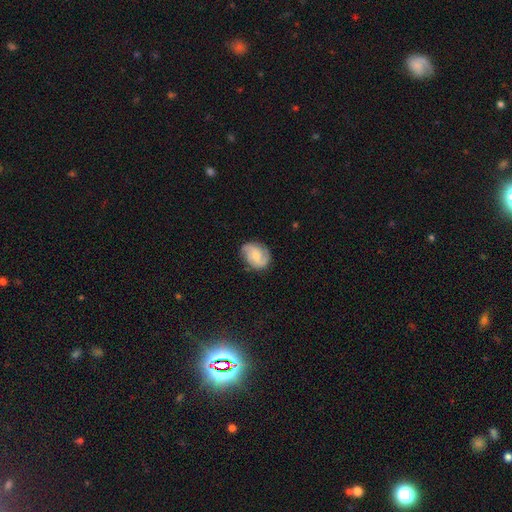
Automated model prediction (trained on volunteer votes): Smooth or featured? featured or disk (66%)
Edge-on disk? no (98%)
Bar? no (55%)
Spiral arms? yes (95%)
Spiral winding? medium (47%)
Spiral arm count? 2 (66%)
Bulge size? small (49%)
Merging? none (75%)